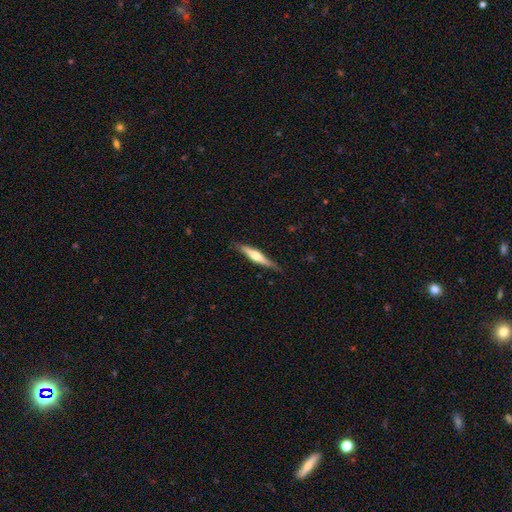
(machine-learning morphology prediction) type=featured or disk (58%); edge-on=yes (96%); edge-on bulge=rounded (86%); merging=none (81%).